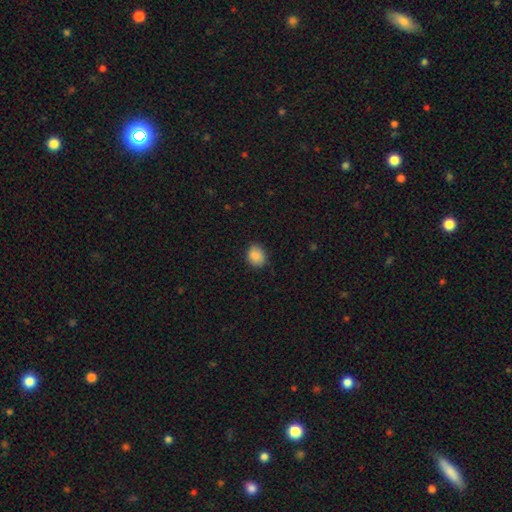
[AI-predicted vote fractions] Morphology: type=smooth (88%); roundness=round (58%); merging=none (80%).